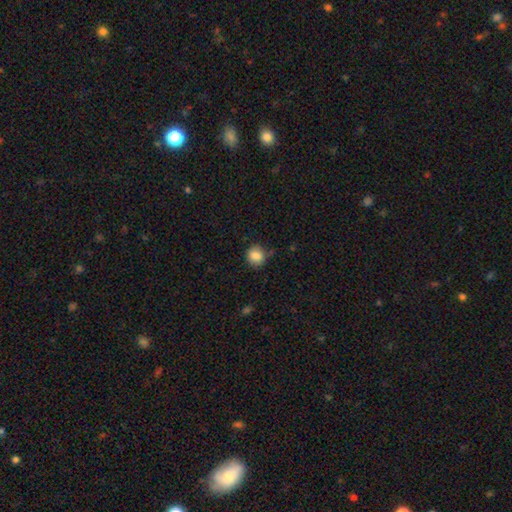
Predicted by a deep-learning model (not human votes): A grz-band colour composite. It shows a smooth galaxy with no disk features (85%) that is round (83%). Merging: none (77%).